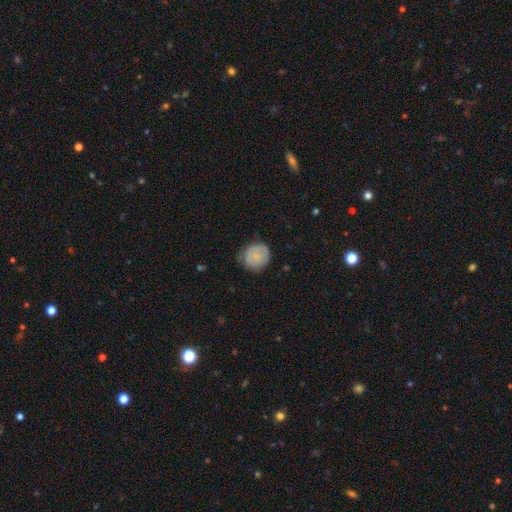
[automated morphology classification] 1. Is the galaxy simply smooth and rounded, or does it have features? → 71% smooth, 23% featured or disk, 7% star or artifact.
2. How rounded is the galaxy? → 84% round, 15% in between, 1% cigar-shaped.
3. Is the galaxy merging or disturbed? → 65% none, 28% minor disturbance, 7% major disturbance, 1% merger.